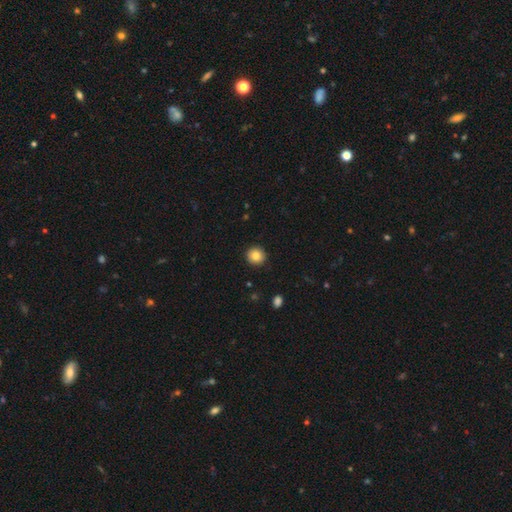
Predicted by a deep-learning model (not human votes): A smooth galaxy with no disk features (83%) that is round (93%).

Vote fractions:
- Smooth or featured? smooth: 83% / star or artifact: 9% / featured or disk: 7%
- How rounded? round: 93% / in between: 6% / cigar-shaped: 1%
- Merging? none: 92% / minor disturbance: 5% / major disturbance: 2% / merger: 1%